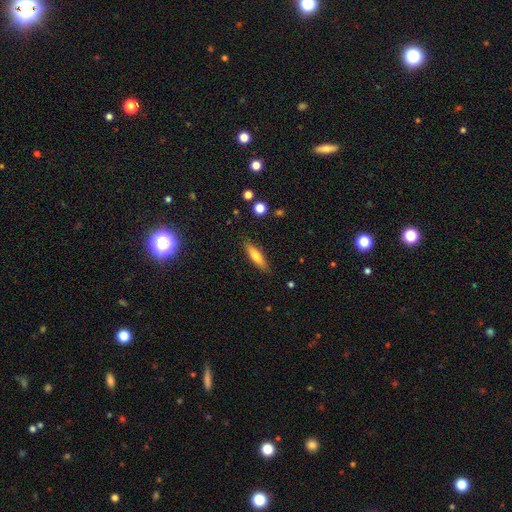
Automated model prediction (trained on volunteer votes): smooth-or-featured: smooth: 74% | featured or disk: 20% | star or artifact: 7%
  how-rounded: cigar-shaped: 70% | in between: 28% | round: 2%
  merging: none: 86% | minor disturbance: 10% | major disturbance: 2% | merger: 1%